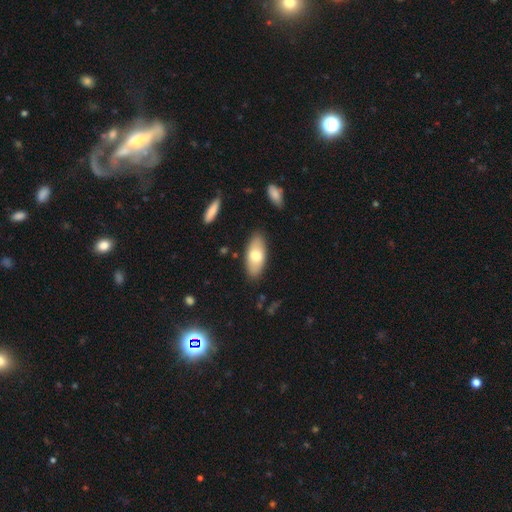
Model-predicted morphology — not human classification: smooth 71%, featured or disk 23%, star or artifact 6%. Down the decision tree: how rounded — in between (89%); merging — none (85%).